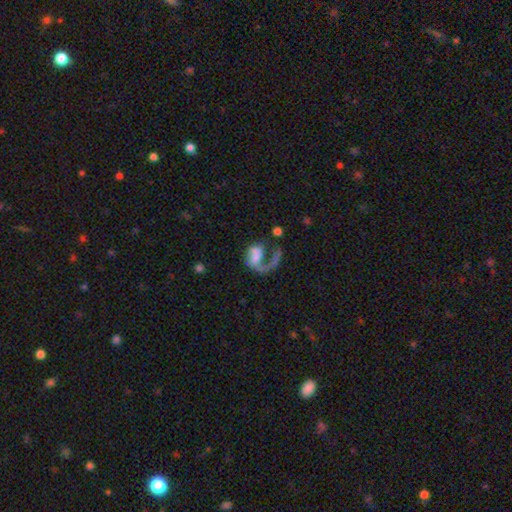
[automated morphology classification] smooth-or-featured: featured or disk: 66% | smooth: 26% | star or artifact: 9%
  disk-edge-on: no: 98% | yes: 2%
    bar: no: 60% | weak: 28% | strong: 11%
    has-spiral-arms: yes: 80% | no: 20%
      spiral-winding: loose: 67% | medium: 24% | tight: 9%
      spiral-arm-count: 1: 86% | 2: 8% | can't tell: 3% | 3: 1% | 4: 1% | more than 4: 1%
    bulge-size: none: 43% | small: 23% | moderate: 20% | large: 11% | dominant: 4%
  merging: major disturbance: 51% | none: 26% | minor disturbance: 12% | merger: 11%